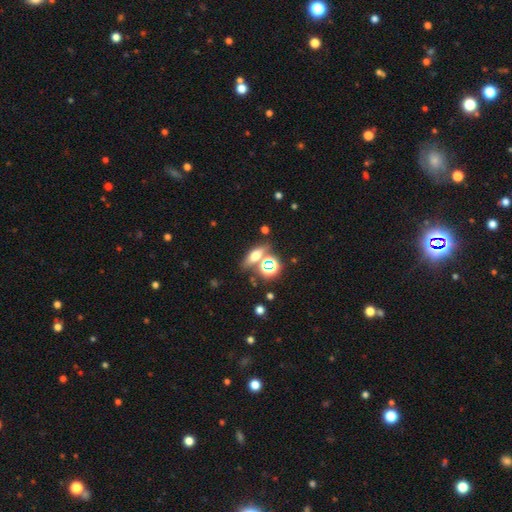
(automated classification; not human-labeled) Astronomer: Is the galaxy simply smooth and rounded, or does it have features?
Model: smooth — 49% (runner-up: featured or disk, 26%).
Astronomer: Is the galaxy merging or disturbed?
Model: none — 68%.